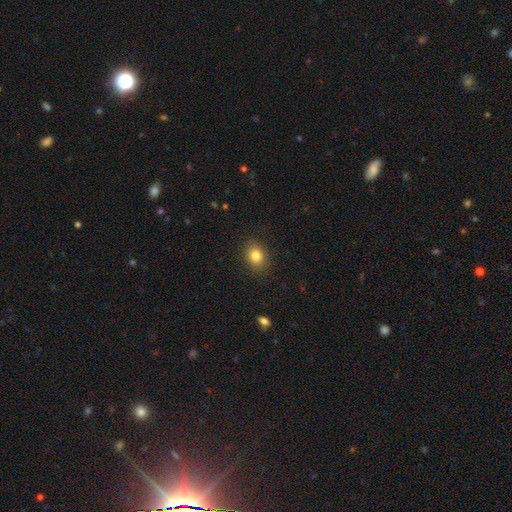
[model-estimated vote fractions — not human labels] Overall: smooth (83%). How rounded: in between (60%; round 39%). Merging: none (87%).